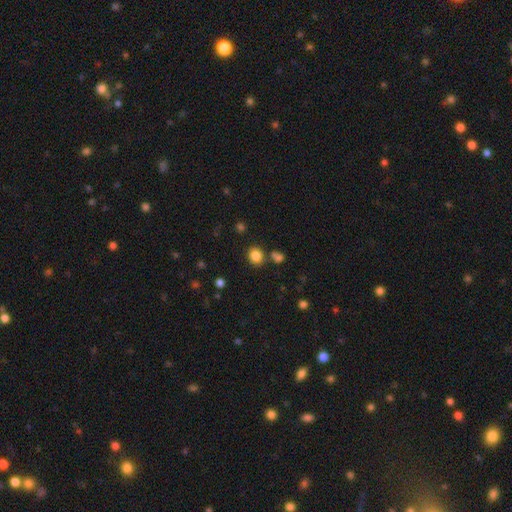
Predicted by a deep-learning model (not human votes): Smooth or featured? smooth (84%)
How rounded? round (76%)
Merging? none (79%)